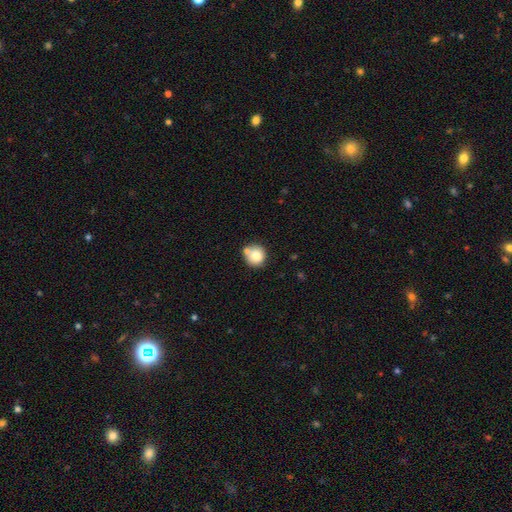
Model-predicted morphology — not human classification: smooth-or-featured: smooth: 80% | featured or disk: 11% | star or artifact: 9%
  how-rounded: round: 89% | in between: 10% | cigar-shaped: 1%
  merging: none: 59% | merger: 22% | minor disturbance: 14% | major disturbance: 4%